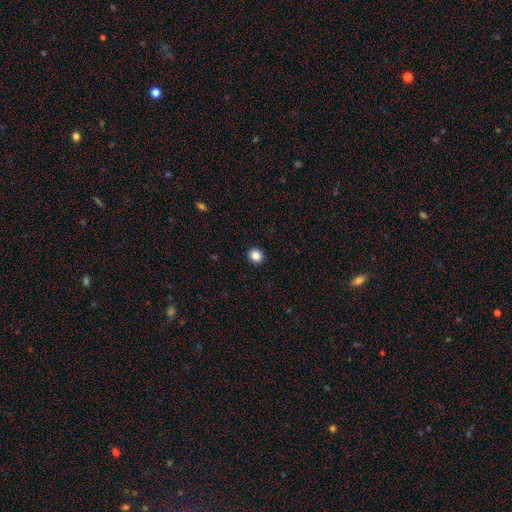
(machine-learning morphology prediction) This appears to be a smooth galaxy with no disk features (86%) that is round (86%). Merging: none (93%).